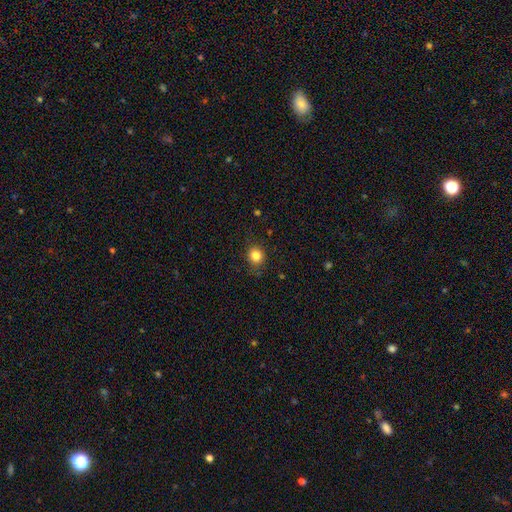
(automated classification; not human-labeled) Smooth or featured? smooth (84%)
How rounded? round (80%)
Merging? none (85%)